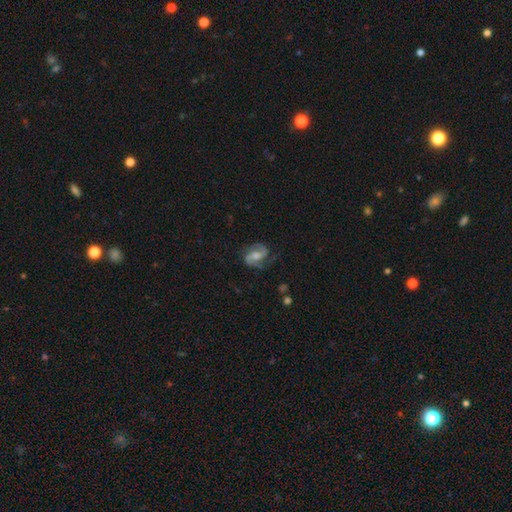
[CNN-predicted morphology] This appears to be a featured or disk galaxy (84%) with a weak bar (45%), 2 (90%) medium (53%) spiral arms (96%) and a moderate central bulge (58%). Merging: none (71%).